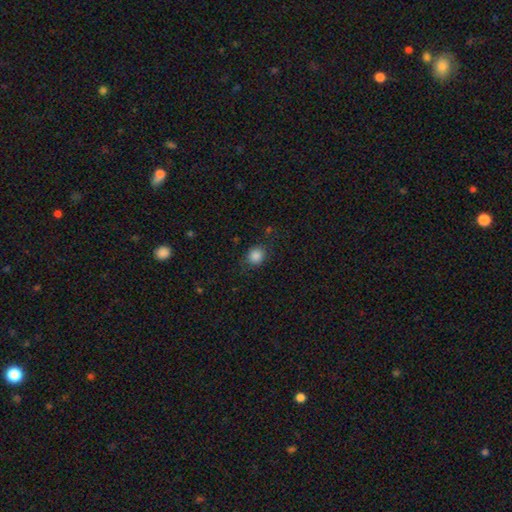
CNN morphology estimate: Smooth or featured?
  - smooth: 85% *
  - star or artifact: 10%
  - featured or disk: 4%
How rounded?
  - round: 80% *
  - in between: 20%
  - cigar-shaped: 1%
Merging?
  - none: 81% *
  - minor disturbance: 13%
  - major disturbance: 5%
  - merger: 1%